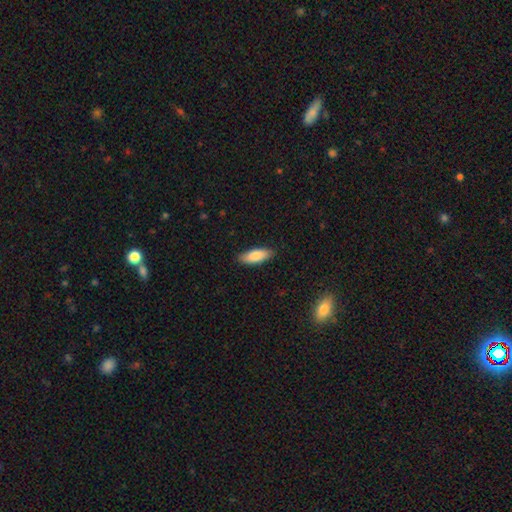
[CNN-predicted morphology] This appears to be a smooth galaxy with no disk features (86%) that is in between round and cigar-shaped (72%). Merging: none (87%).